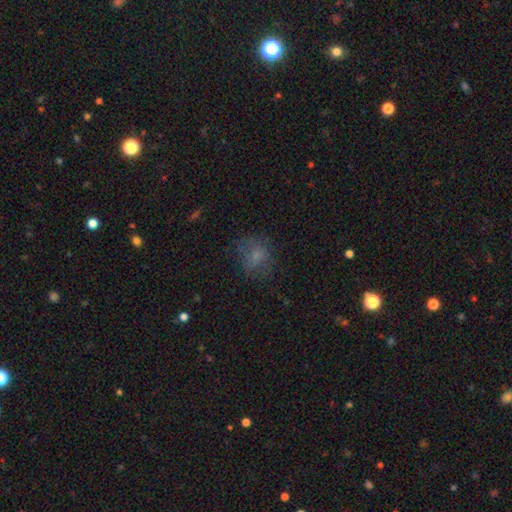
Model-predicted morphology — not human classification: A smooth galaxy with no disk features (66%) that is round (63%). Merging: none (59%).